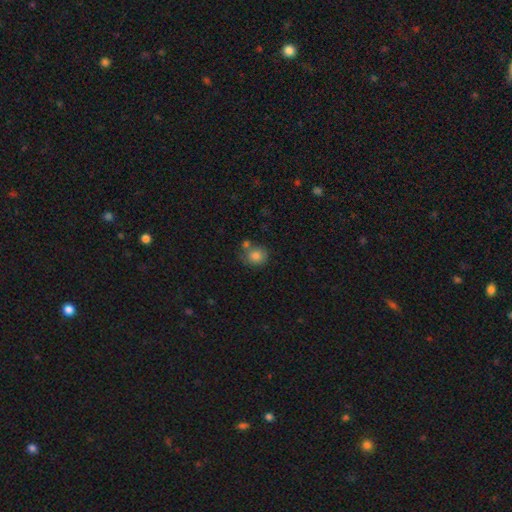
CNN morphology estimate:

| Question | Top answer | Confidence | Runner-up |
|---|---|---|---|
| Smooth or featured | smooth | 82% | star or artifact (9%) |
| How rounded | round | 80% | in between (19%) |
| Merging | none | 57% | merger (21%) |